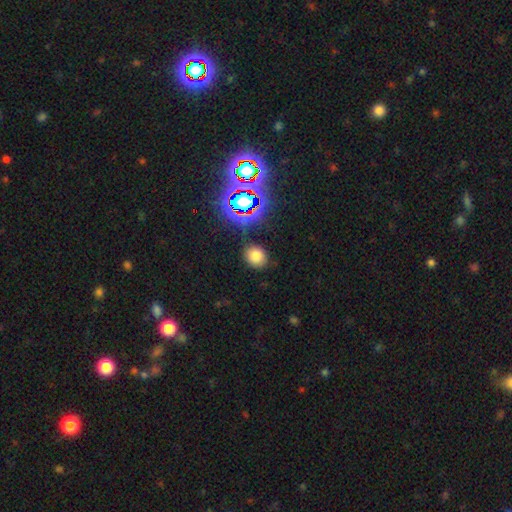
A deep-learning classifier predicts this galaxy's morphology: smooth 72%, star or artifact 20%, featured or disk 8%. Down the decision tree: how rounded — round (68%); merging — none (82%).